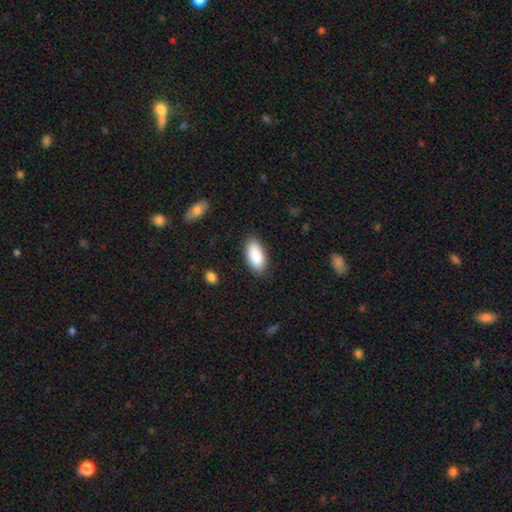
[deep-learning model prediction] Smooth or featured? Predicted: smooth (p=0.89). How rounded? Predicted: in between (p=0.92). Merging? Predicted: none (p=0.84).